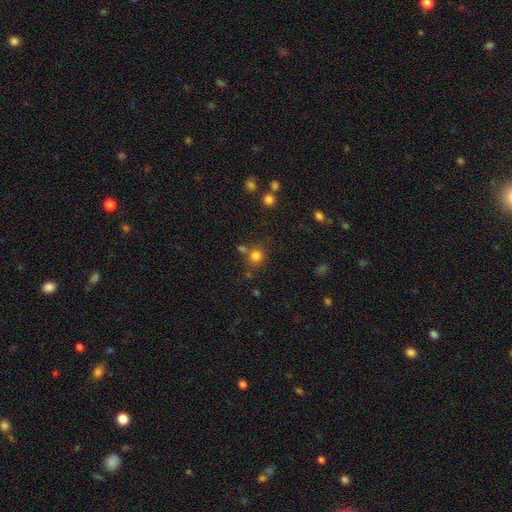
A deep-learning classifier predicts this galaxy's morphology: type=smooth (79%); roundness=round (88%); merging=none (70%).